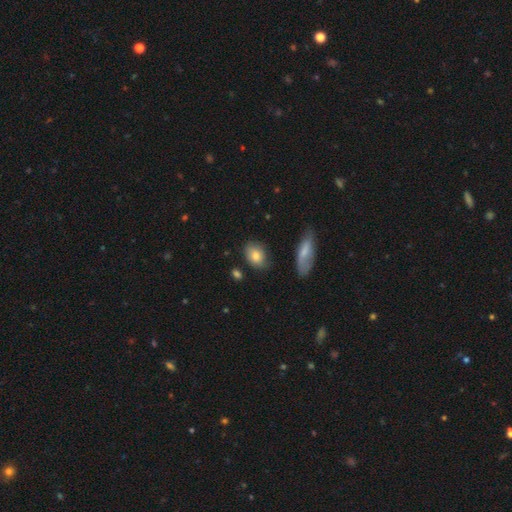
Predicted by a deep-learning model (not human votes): smooth_or_featured: smooth (p=0.79) [alt: featured or disk p=0.13]
how_rounded: in between (p=0.78) [alt: round p=0.20]
merging: none (p=0.73) [alt: minor disturbance p=0.19]